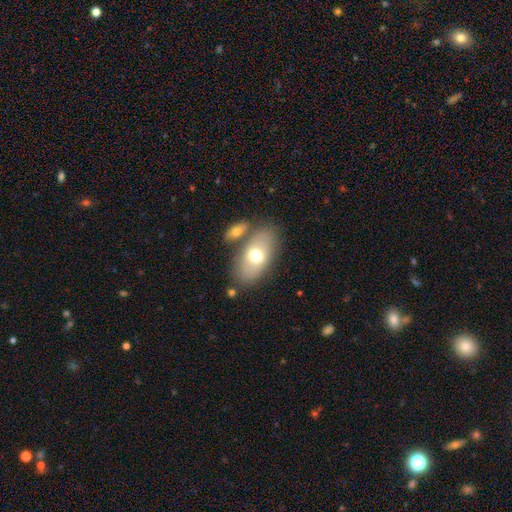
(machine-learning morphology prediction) Overall: smooth (67%). How rounded: in between (91%). Merging: none (67%).